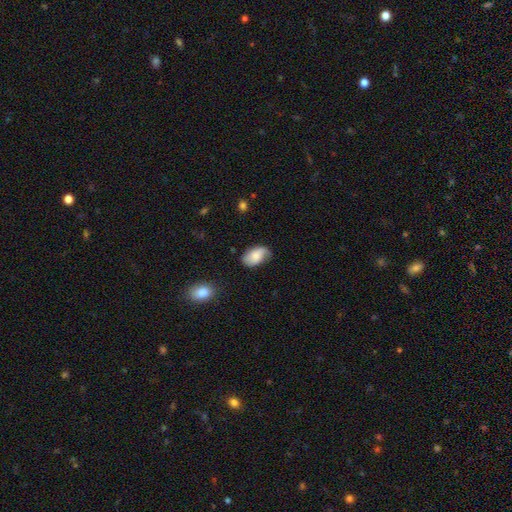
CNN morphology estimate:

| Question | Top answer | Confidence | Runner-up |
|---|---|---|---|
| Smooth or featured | smooth | 67% | featured or disk (25%) |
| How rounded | in between | 92% | round (7%) |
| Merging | none | 60% | minor disturbance (30%) |